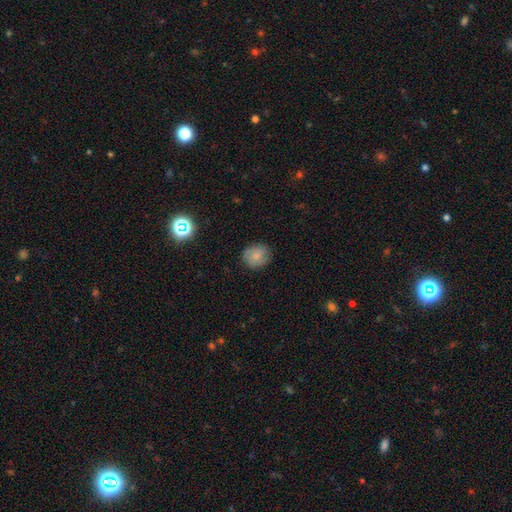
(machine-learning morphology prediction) A smooth galaxy with no disk features (71%) that is round (72%).

Vote fractions:
- Smooth or featured? smooth: 71% / featured or disk: 20% / star or artifact: 9%
- How rounded? round: 72% / in between: 27% / cigar-shaped: 1%
- Merging? none: 82% / minor disturbance: 14% / major disturbance: 3% / merger: 1%